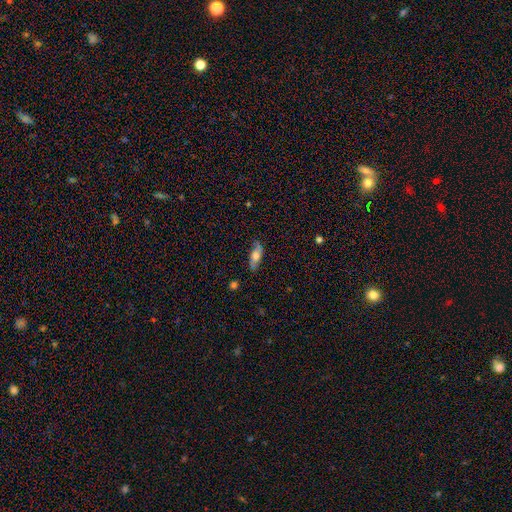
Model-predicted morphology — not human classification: smooth-or-featured: smooth: 54% | featured or disk: 39% | star or artifact: 7%
  how-rounded: in between: 63% | cigar-shaped: 34% | round: 4%
  merging: none: 76% | minor disturbance: 18% | major disturbance: 4% | merger: 2%